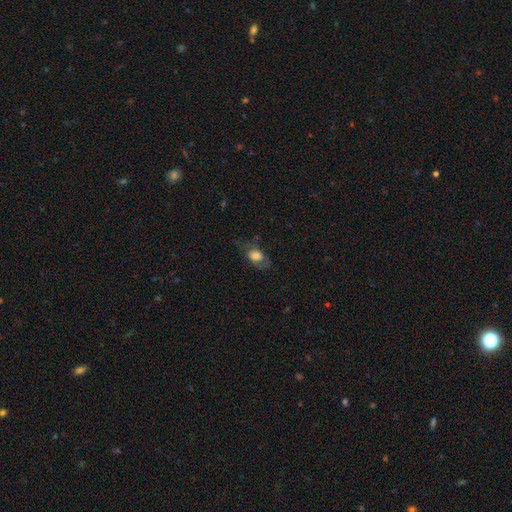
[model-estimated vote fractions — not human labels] Smooth or featured? smooth (60%)
How rounded? in between (83%)
Merging? none (58%)